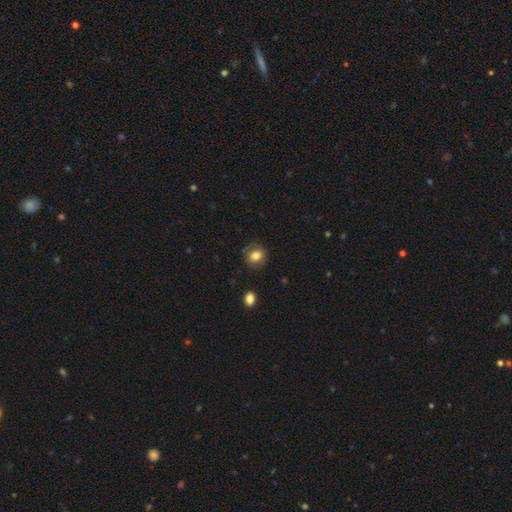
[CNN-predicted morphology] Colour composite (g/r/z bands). It shows a smooth galaxy with no disk features (81%) that is round (68%). Merging: none (81%).